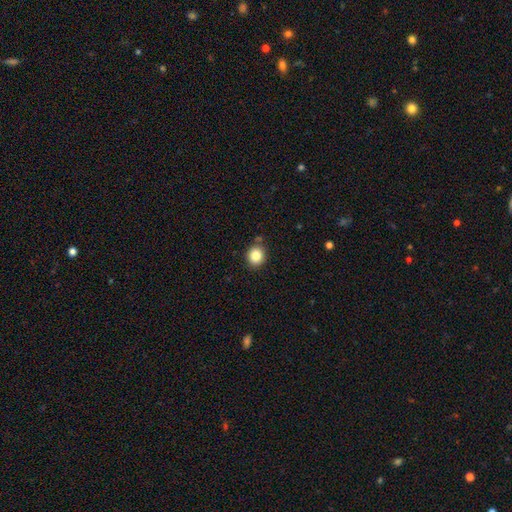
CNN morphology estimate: A smooth galaxy with no disk features (85%) that is round (80%). Merging: none (83%).